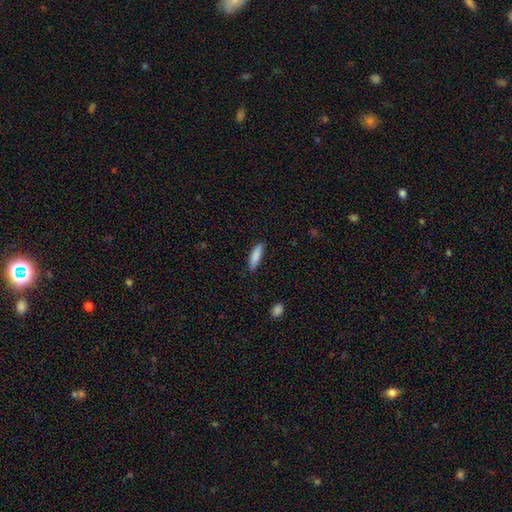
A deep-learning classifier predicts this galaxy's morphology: A smooth galaxy with no disk features (86%) that is cigar-shaped (64%). Merging: none (85%).